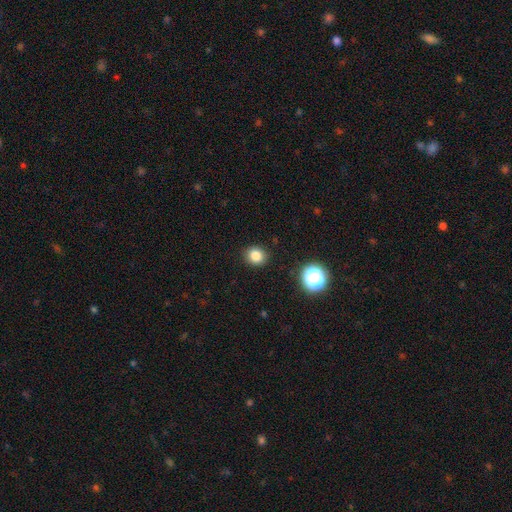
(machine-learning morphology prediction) A smooth galaxy with no disk features (83%) that is round (78%).

Vote fractions:
- Smooth or featured? smooth: 83% / star or artifact: 13% / featured or disk: 5%
- How rounded? round: 78% / in between: 21% / cigar-shaped: 1%
- Merging? none: 90% / minor disturbance: 7% / major disturbance: 2% / merger: 1%